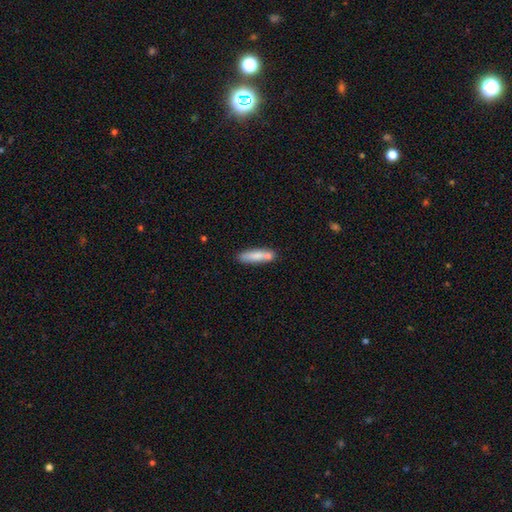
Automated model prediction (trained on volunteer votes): Smooth or featured?
  - smooth: 78% *
  - featured or disk: 16%
  - star or artifact: 6%
How rounded?
  - cigar-shaped: 74% *
  - in between: 24%
  - round: 2%
Merging?
  - none: 66% *
  - merger: 16%
  - minor disturbance: 15%
  - major disturbance: 3%